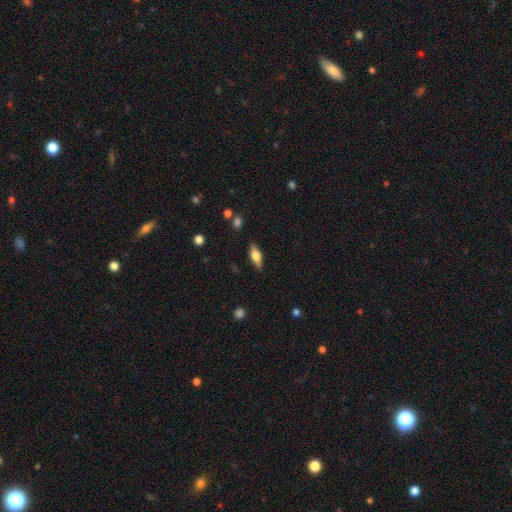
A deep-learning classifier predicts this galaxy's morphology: smooth_or_featured: smooth (p=0.60) [alt: featured or disk p=0.33]
how_rounded: in between (p=0.65) [alt: cigar-shaped p=0.32]
merging: none (p=0.86) [alt: minor disturbance p=0.10]